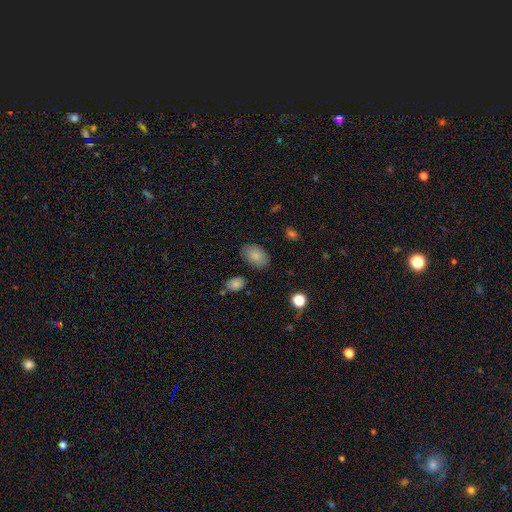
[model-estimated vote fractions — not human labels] Overall: smooth (84%). How rounded: in between (88%). Merging: none (83%).